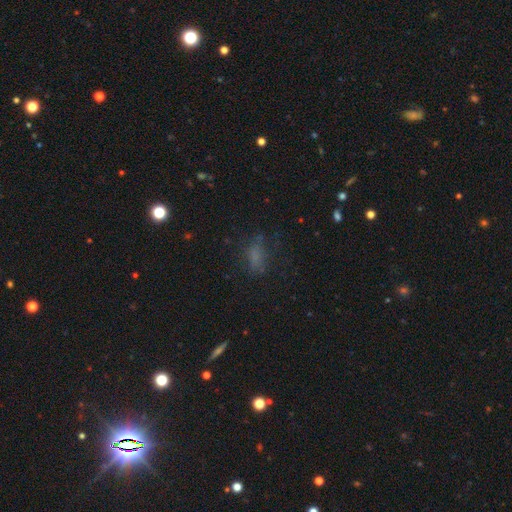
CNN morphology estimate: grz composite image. It shows a smooth galaxy with no disk features (60%) that is in between round and cigar-shaped (75%). Merging: none (55%).